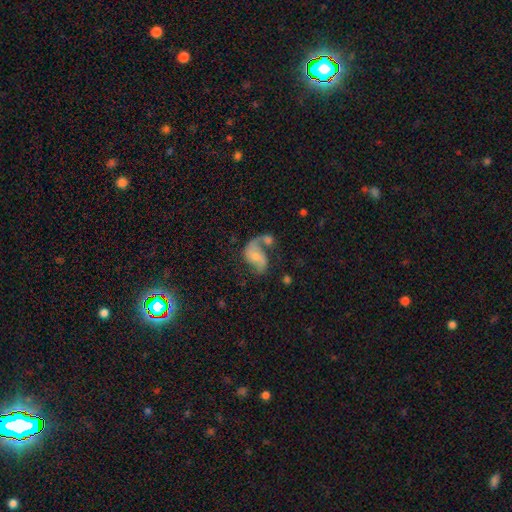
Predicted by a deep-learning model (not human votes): Smooth or featured: featured or disk — 70% (smooth — 22%)
Edge-on disk: no — 98% (yes — 2%)
Bar: no — 50% (weak — 39%)
Spiral arms: yes — 88% (no — 12%)
Spiral winding: loose — 62% (medium — 30%)
Spiral arm count: 2 — 81% (1 — 12%)
Bulge size: small — 46% (moderate — 33%)
Merging: merger — 33% (none — 31%)